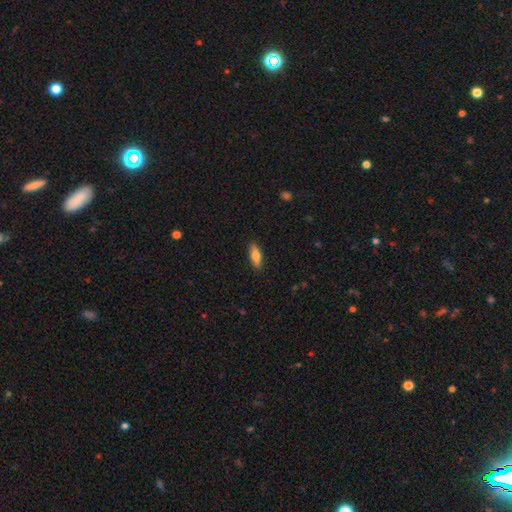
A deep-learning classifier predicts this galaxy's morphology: Smooth or featured? smooth (75%)
How rounded? in between (61%)
Merging? none (89%)